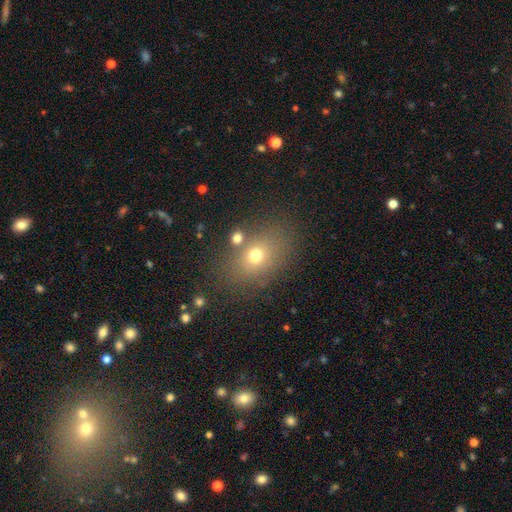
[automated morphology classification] smooth 68%, star or artifact 17%, featured or disk 15%. Down the decision tree: how rounded — in between (64%); merging — none (75%).